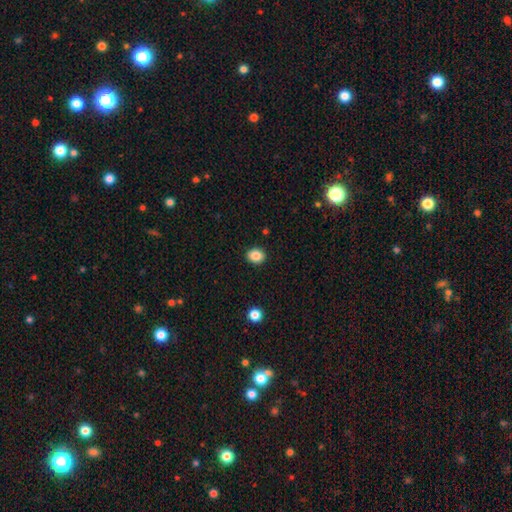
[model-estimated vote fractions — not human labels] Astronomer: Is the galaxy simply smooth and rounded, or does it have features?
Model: smooth — 85%.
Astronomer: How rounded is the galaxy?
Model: round — 62%.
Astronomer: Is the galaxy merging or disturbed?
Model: none — 91%.